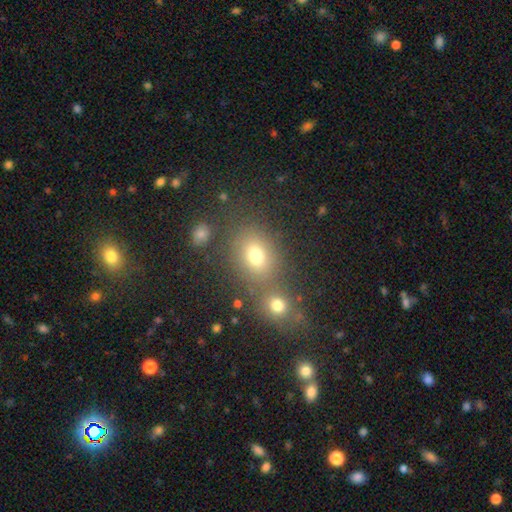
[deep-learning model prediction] This is likely a smooth galaxy (71%). How rounded: possibly round (50%). Merging: possibly none (56%).